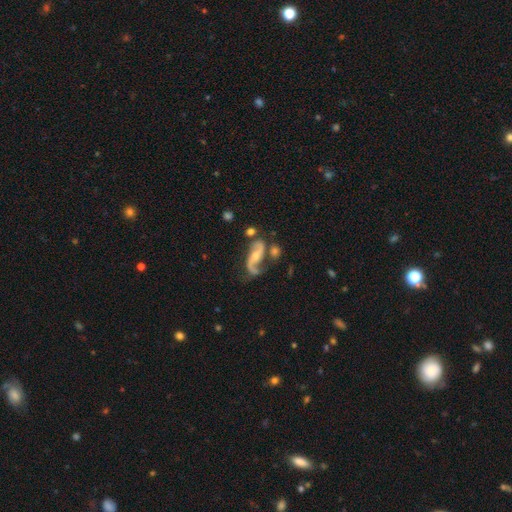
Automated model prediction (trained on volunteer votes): smooth_or_featured: featured or disk (p=0.86) [alt: smooth p=0.08]
disk_edge_on: no (p=0.96) [alt: yes p=0.04]
bar: no (p=0.49) [alt: weak p=0.34]
has_spiral_arms: yes (p=0.96) [alt: no p=0.04]
spiral_winding: loose (p=0.60) [alt: medium p=0.31]
spiral_arm_count: 2 (p=0.88) [alt: 1 p=0.06]
bulge_size: moderate (p=0.48) [alt: small p=0.42]
merging: none (p=0.53) [alt: minor disturbance p=0.19]